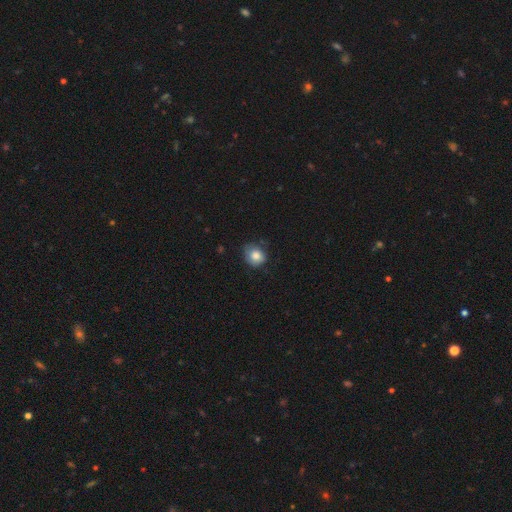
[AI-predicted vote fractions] Smooth or featured? smooth (80%)
How rounded? round (75%)
Merging? none (62%)